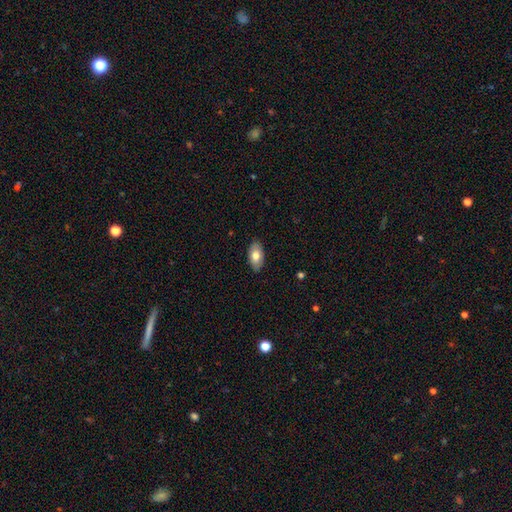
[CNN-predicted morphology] This is likely a smooth galaxy (76%). How rounded: clearly in between (94%). Merging: clearly none (88%).